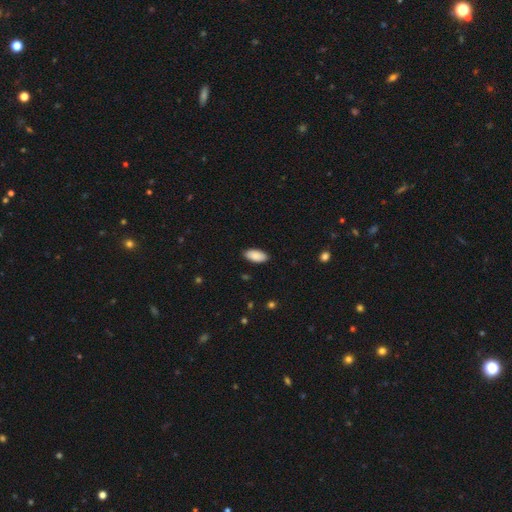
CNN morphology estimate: Q: Smooth or featured?
A: smooth (89%); runner-up: star or artifact (6%)
Q: How rounded?
A: in between (94%); runner-up: cigar-shaped (4%)
Q: Merging?
A: none (88%); runner-up: minor disturbance (9%)